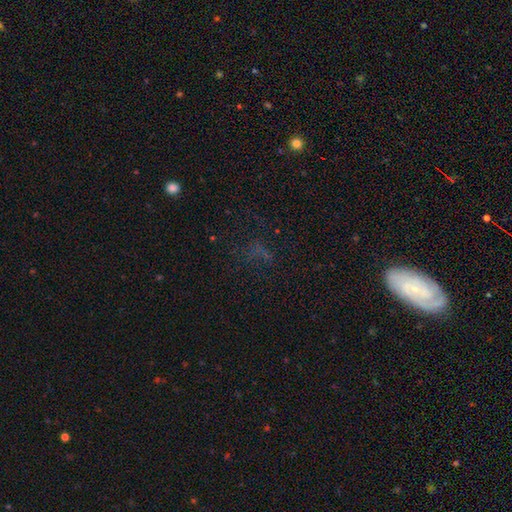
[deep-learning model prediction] A star or artifact, not a galaxy (42%).

Vote fractions:
- Smooth or featured? star or artifact: 42% / smooth: 31% / featured or disk: 27%